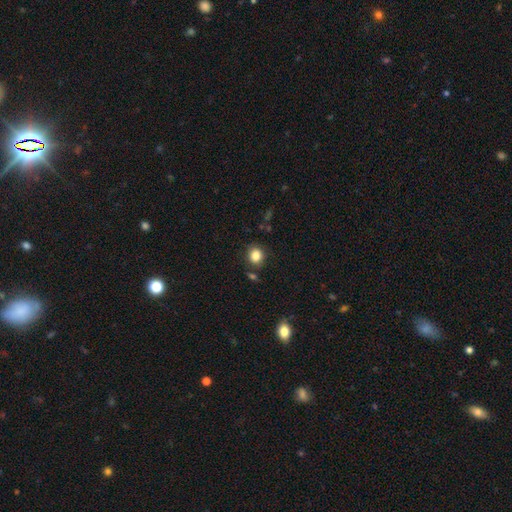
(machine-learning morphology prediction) A smooth galaxy with no disk features (84%) that is round (75%). Merging: none (81%).